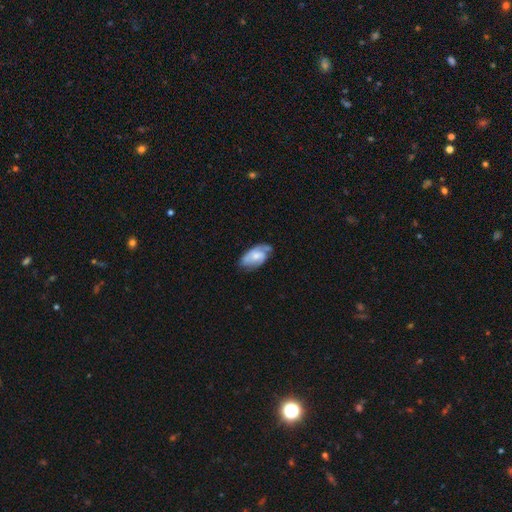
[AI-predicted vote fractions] Smooth or featured: featured or disk — 48% (smooth — 45%)
Merging: none — 50% (minor disturbance — 34%)